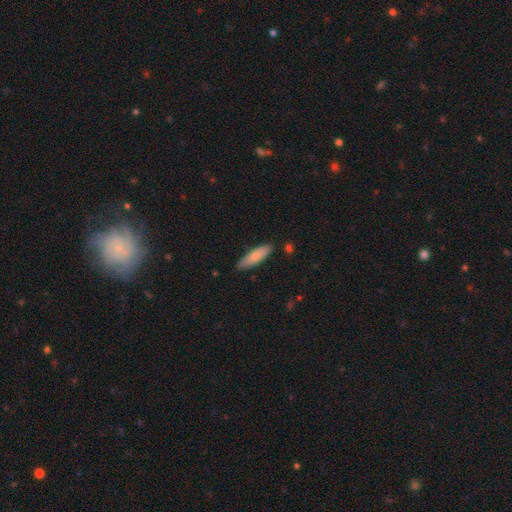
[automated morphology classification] This appears to be a smooth galaxy with no disk features (76%) that is cigar-shaped (51%). Merging: none (84%).